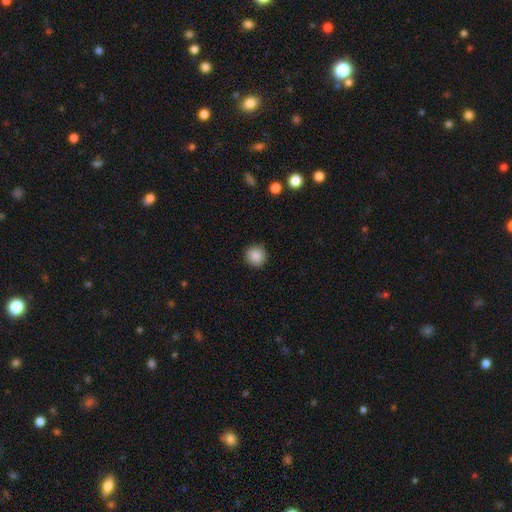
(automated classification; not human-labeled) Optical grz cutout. It shows a smooth galaxy with no disk features (88%) that is round (95%). Merging: none (91%).